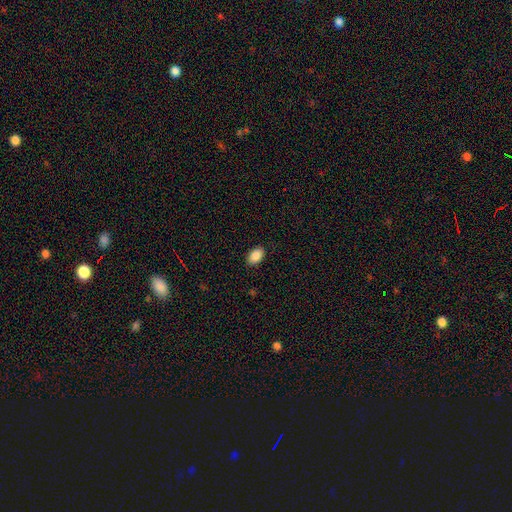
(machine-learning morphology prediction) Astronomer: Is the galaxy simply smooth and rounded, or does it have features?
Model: smooth — 89%.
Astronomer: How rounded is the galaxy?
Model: in between — 92%.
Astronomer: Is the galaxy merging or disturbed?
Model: none — 88%.